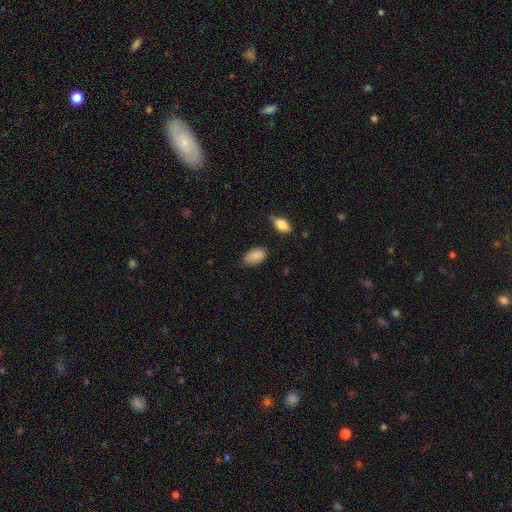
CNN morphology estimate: smooth 87%, star or artifact 7%, featured or disk 6%. Down the decision tree: how rounded — in between (93%); merging — none (72%).